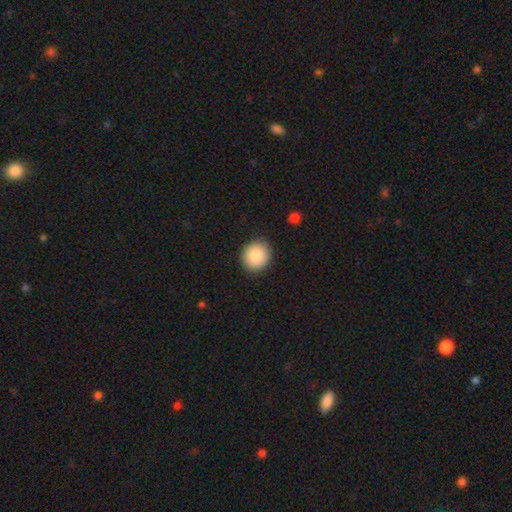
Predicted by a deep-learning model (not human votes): smooth-or-featured: smooth: 87% | star or artifact: 7% | featured or disk: 6%
  how-rounded: round: 84% | in between: 15% | cigar-shaped: 1%
  merging: none: 90% | minor disturbance: 7% | major disturbance: 2% | merger: 1%